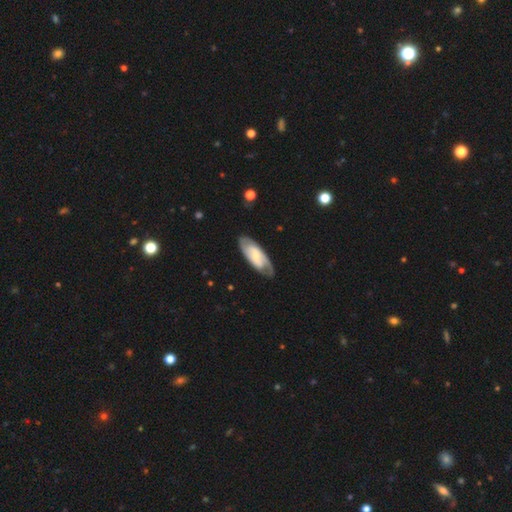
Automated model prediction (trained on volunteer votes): A featured or disk galaxy (62%) with a weak bar (42%), spiral arms (85%) and a small central bulge (54%). Merging: none (75%).